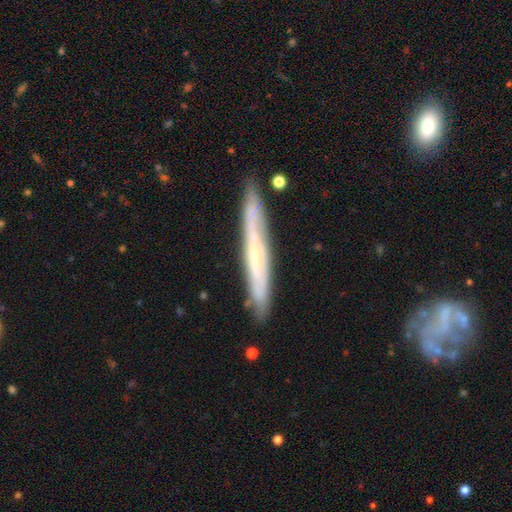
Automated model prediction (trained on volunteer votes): Morphology: type=featured or disk (64%); edge-on=yes (80%); edge-on bulge=none (70%); merging=none (83%).